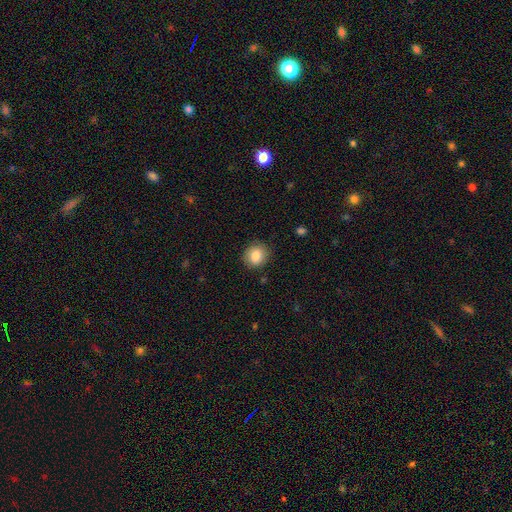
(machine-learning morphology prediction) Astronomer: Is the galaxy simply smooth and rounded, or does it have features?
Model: smooth — 84%.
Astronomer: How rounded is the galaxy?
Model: round — 76%.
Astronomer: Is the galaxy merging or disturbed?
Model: none — 86%.